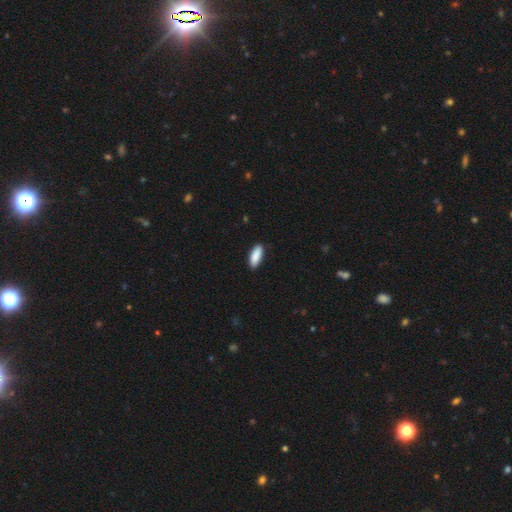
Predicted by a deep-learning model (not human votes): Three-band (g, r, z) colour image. It shows a smooth galaxy with no disk features (90%) that is in between round and cigar-shaped (72%). Merging: none (89%).